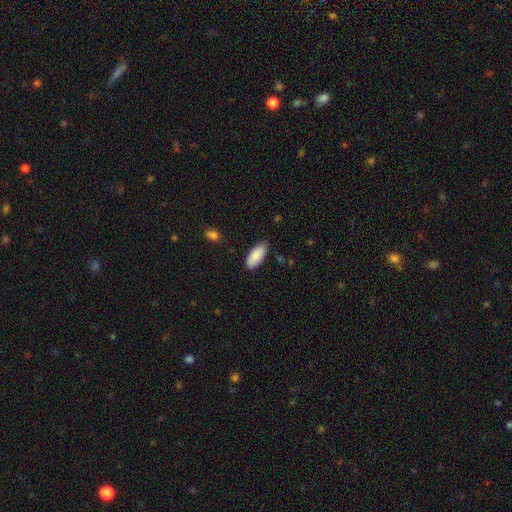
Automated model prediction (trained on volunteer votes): The model was most divided on "merging": none: 85%, minor disturbance: 12%, major disturbance: 2%, merger: 1%. More confident: smooth or featured — smooth (89%); how rounded — in between (86%).